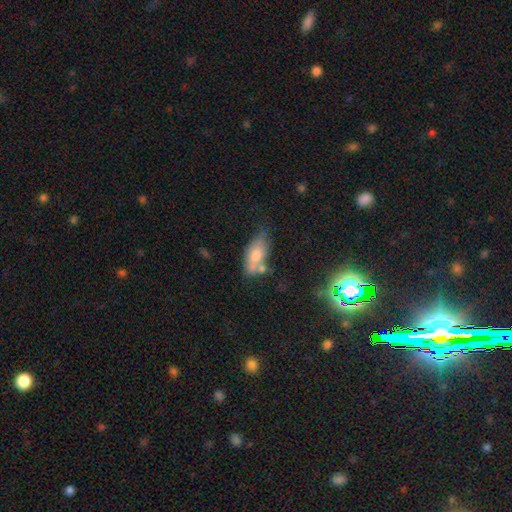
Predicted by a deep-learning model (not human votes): A smooth galaxy with no disk features (64%) that is in between round and cigar-shaped (84%). Merging: none (45%).